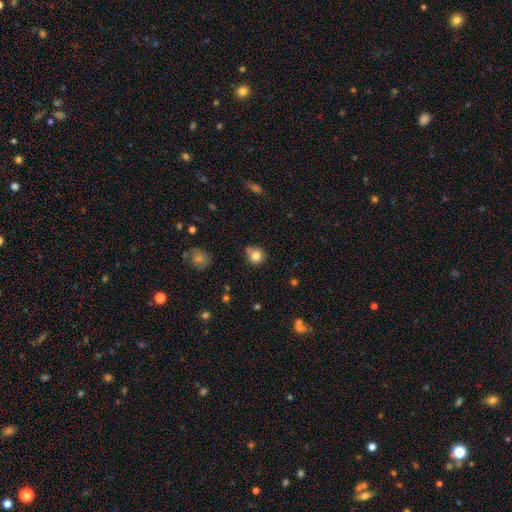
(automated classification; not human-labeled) Q: Smooth or featured?
A: smooth (82%); runner-up: star or artifact (11%)
Q: How rounded?
A: round (91%); runner-up: in between (8%)
Q: Merging?
A: none (72%); runner-up: minor disturbance (14%)